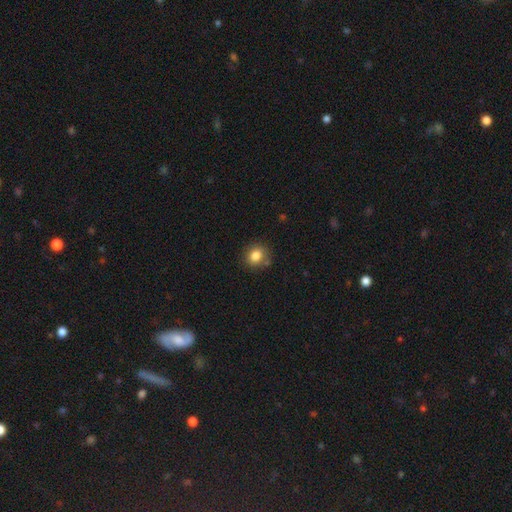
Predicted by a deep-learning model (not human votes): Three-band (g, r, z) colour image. It shows a smooth galaxy with no disk features (83%) that is round (77%). Merging: none (79%).